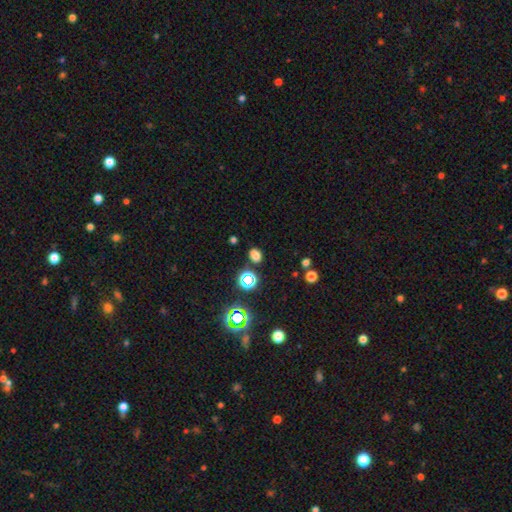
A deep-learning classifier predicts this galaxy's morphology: Overall: smooth (66%; star or artifact 28%). How rounded: in between (57%; round 42%). Merging: none (80%).